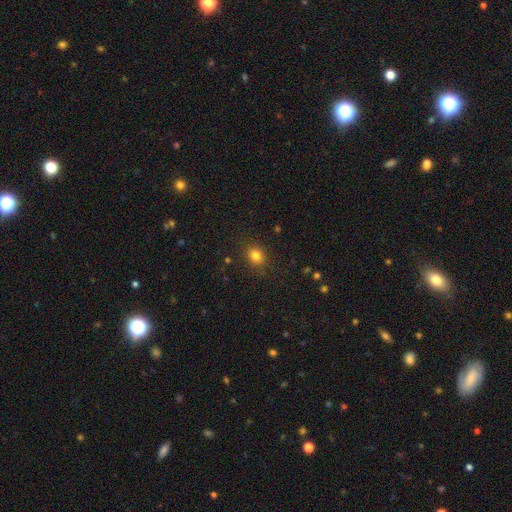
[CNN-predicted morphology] A smooth galaxy with no disk features (82%) that is round (65%).

Vote fractions:
- Smooth or featured? smooth: 82% / star or artifact: 13% / featured or disk: 6%
- How rounded? round: 65% / in between: 34% / cigar-shaped: 1%
- Merging? none: 86% / minor disturbance: 10% / major disturbance: 3% / merger: 1%